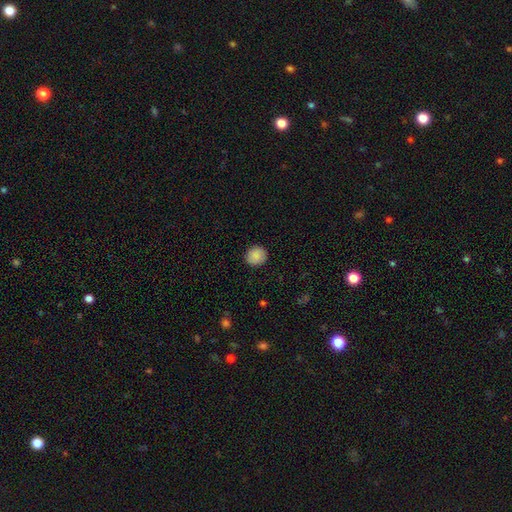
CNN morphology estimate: This is clearly a smooth galaxy (88%). How rounded: clearly round (89%). Merging: clearly none (90%).